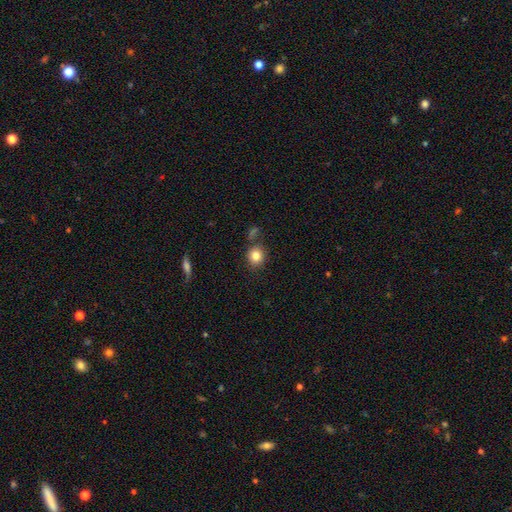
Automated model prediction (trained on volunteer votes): This is clearly a smooth galaxy (83%). How rounded: clearly round (81%). Merging: likely none (76%).